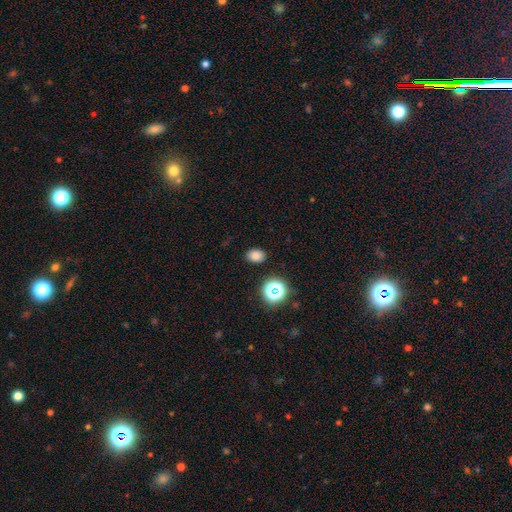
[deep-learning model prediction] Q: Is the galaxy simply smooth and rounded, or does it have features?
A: smooth — 79%.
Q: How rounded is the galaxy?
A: in between — 66%.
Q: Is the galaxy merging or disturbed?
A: none — 86%.